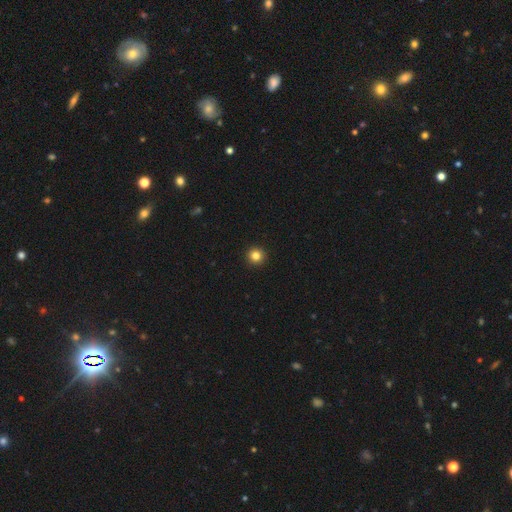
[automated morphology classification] smooth_or_featured: smooth (p=0.84) [alt: star or artifact p=0.12]
how_rounded: round (p=0.96) [alt: in between p=0.03]
merging: none (p=0.94) [alt: minor disturbance p=0.03]